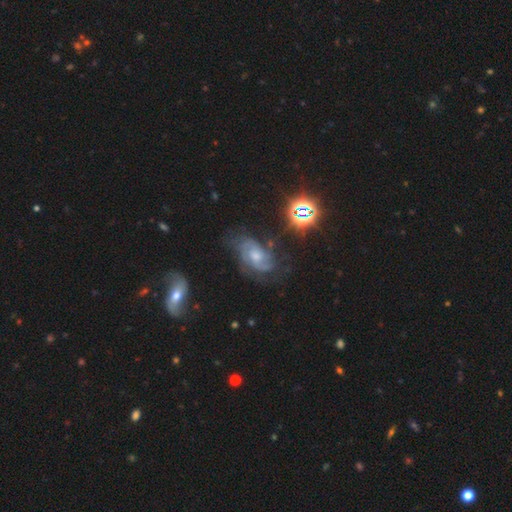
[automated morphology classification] A featured or disk galaxy (76%) with no bar (64%), 2 (38%) medium (44%) spiral arms (91%) and a moderate central bulge (55%). Merging: none (57%).